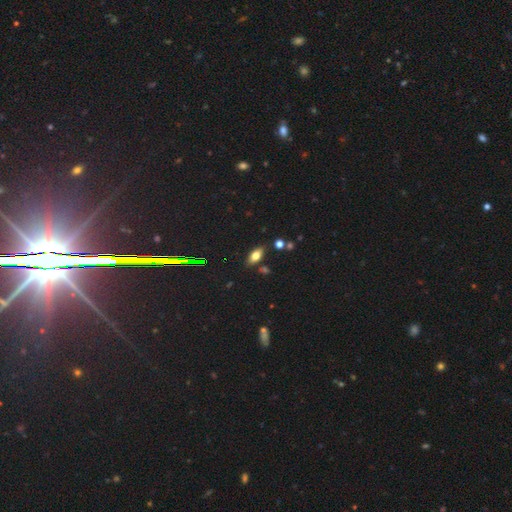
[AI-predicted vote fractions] Morphology: type=smooth (71%); roundness=in between (85%); merging=none (80%).